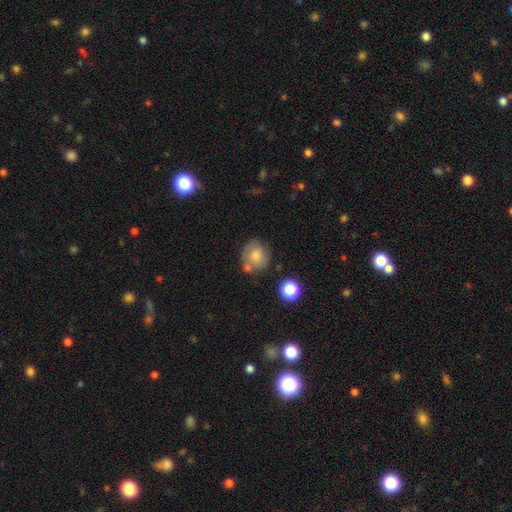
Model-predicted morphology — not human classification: A smooth galaxy with no disk features (69%) that is round (80%). Merging: none (59%).